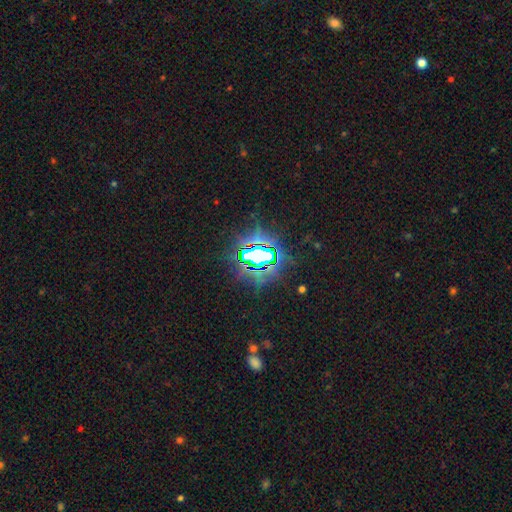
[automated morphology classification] Overall: star or artifact (78%).